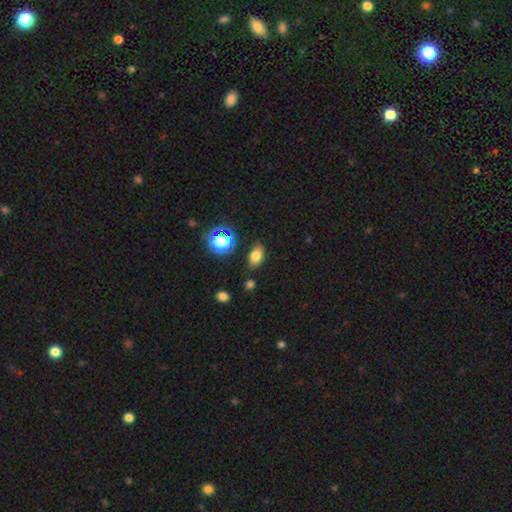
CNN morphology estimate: This is likely a smooth galaxy (74%). How rounded: clearly in between (85%). Merging: clearly none (82%).